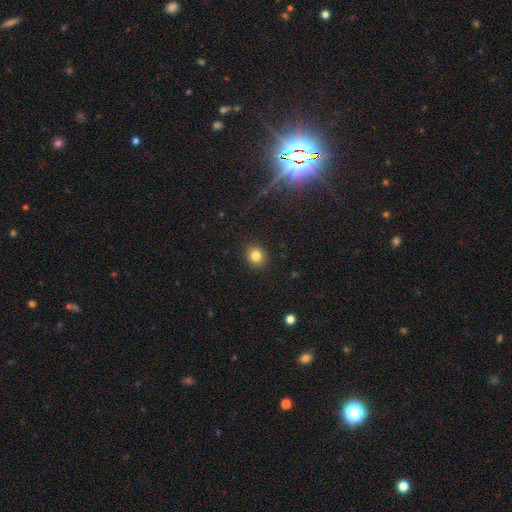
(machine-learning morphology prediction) This is clearly a smooth galaxy (83%). How rounded: likely round (76%). Merging: clearly none (90%).